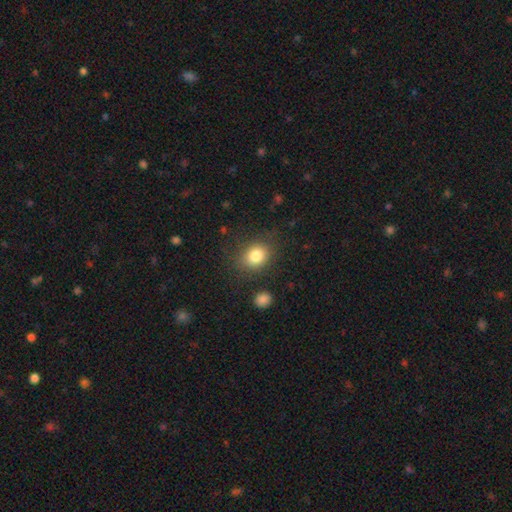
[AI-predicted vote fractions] This appears to be a smooth galaxy with no disk features (82%) that is round (55%). Merging: none (80%).